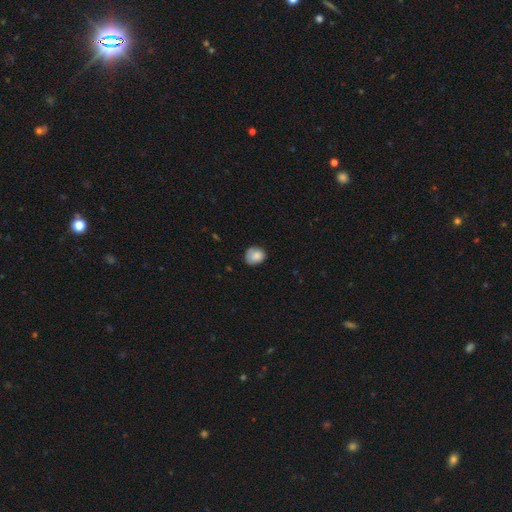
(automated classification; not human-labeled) A smooth galaxy with no disk features (82%) that is round (64%).

Vote fractions:
- Smooth or featured? smooth: 82% / featured or disk: 9% / star or artifact: 8%
- How rounded? round: 64% / in between: 35% / cigar-shaped: 1%
- Merging? none: 65% / minor disturbance: 27% / major disturbance: 6% / merger: 2%